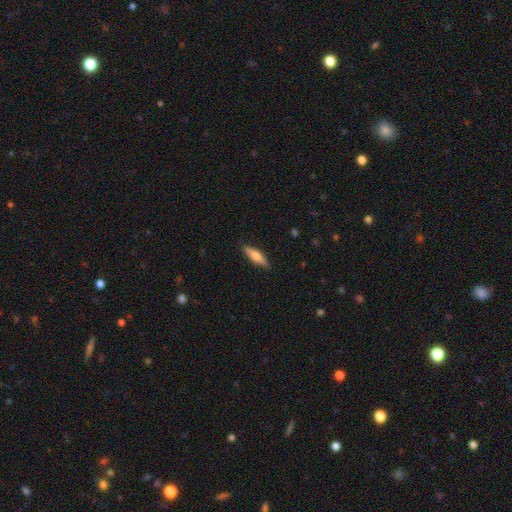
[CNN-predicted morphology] Overall: smooth (60%; featured or disk 34%). How rounded: cigar-shaped (66%; in between 32%). Merging: none (88%).